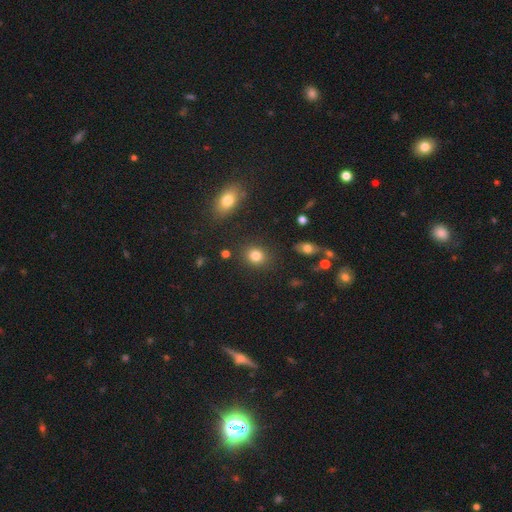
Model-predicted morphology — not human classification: Smooth or featured: smooth — 84% (star or artifact — 10%)
How rounded: round — 67% (in between — 32%)
Merging: none — 86% (minor disturbance — 8%)